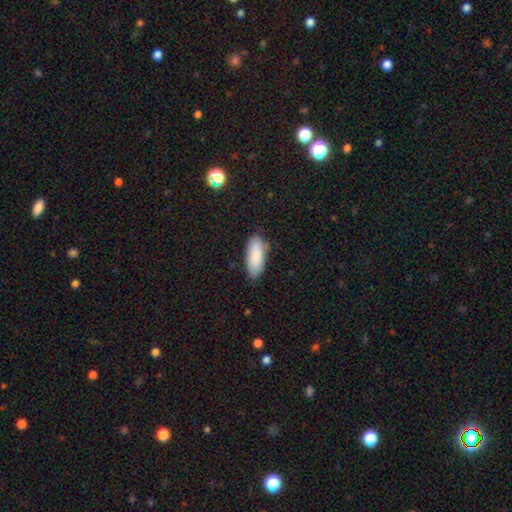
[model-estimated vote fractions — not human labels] Q: Smooth or featured?
A: smooth (88%); runner-up: featured or disk (6%)
Q: How rounded?
A: in between (80%); runner-up: cigar-shaped (19%)
Q: Merging?
A: none (78%); runner-up: minor disturbance (17%)